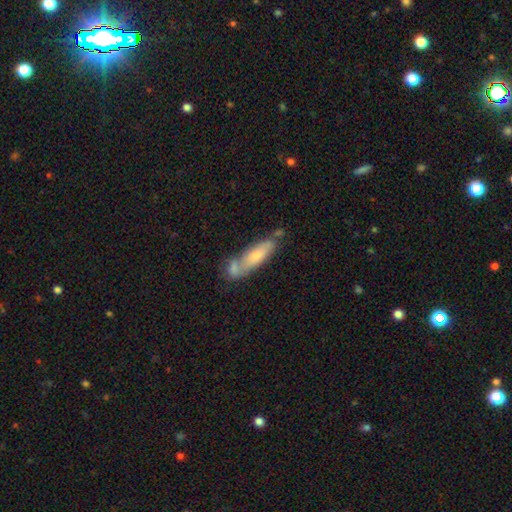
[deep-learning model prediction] Smooth or featured? Predicted: smooth (p=0.66). How rounded? Predicted: cigar-shaped (p=0.56). Merging? Predicted: none (p=0.42).